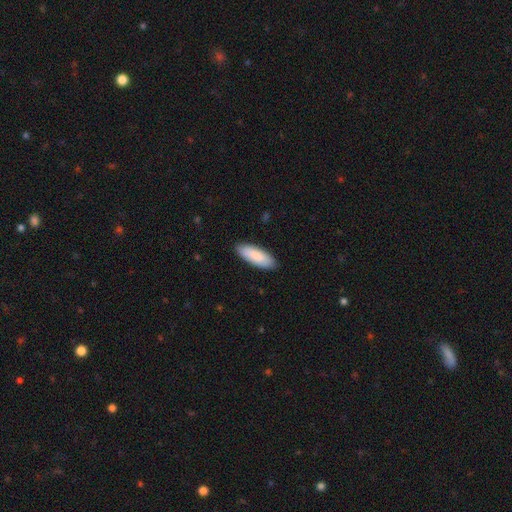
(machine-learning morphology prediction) smooth_or_featured: smooth (p=0.88) [alt: featured or disk p=0.07]
how_rounded: in between (p=0.70) [alt: cigar-shaped p=0.29]
merging: none (p=0.89) [alt: minor disturbance p=0.09]